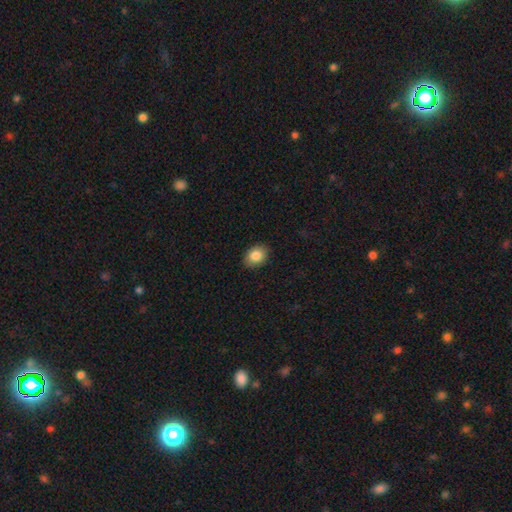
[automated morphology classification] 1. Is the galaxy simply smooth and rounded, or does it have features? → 86% smooth, 8% star or artifact, 6% featured or disk.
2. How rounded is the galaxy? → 71% in between, 28% round, 1% cigar-shaped.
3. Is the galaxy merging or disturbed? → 89% none, 8% minor disturbance, 2% major disturbance, 1% merger.